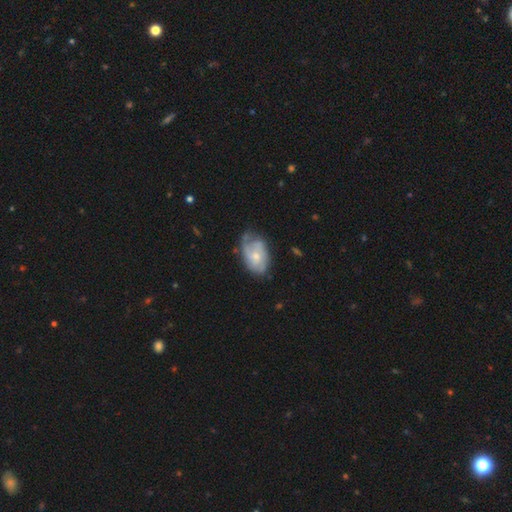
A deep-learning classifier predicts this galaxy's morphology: The model was most divided on "bulge size": small: 49%, moderate: 45%, none: 3%, large: 2%, dominant: 1%. More confident: edge-on disk — no (96%); spiral arms — yes (76%); bar — no (74%); smooth or featured — featured or disk (60%); merging — none (53%).